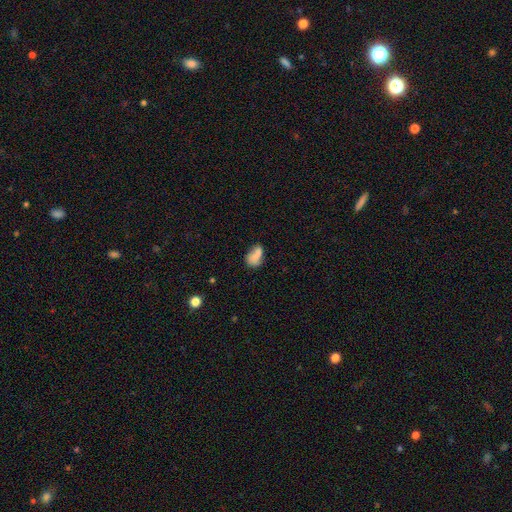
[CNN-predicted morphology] Q: Smooth or featured?
A: smooth (73%); runner-up: featured or disk (17%)
Q: How rounded?
A: in between (83%); runner-up: round (13%)
Q: Merging?
A: none (40%); runner-up: minor disturbance (26%)